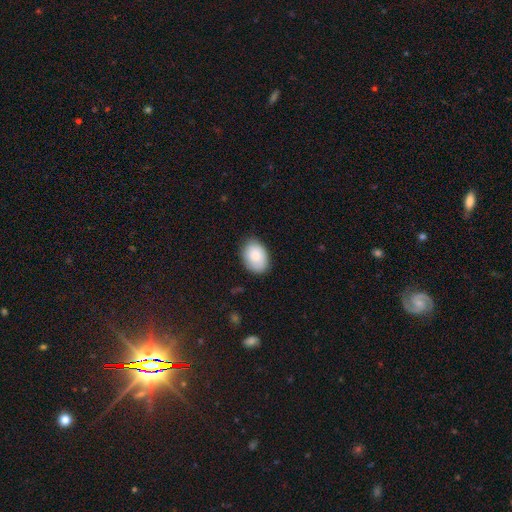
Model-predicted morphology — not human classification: Q: Smooth or featured?
A: smooth (86%); runner-up: featured or disk (8%)
Q: How rounded?
A: in between (82%); runner-up: round (17%)
Q: Merging?
A: none (82%); runner-up: minor disturbance (14%)